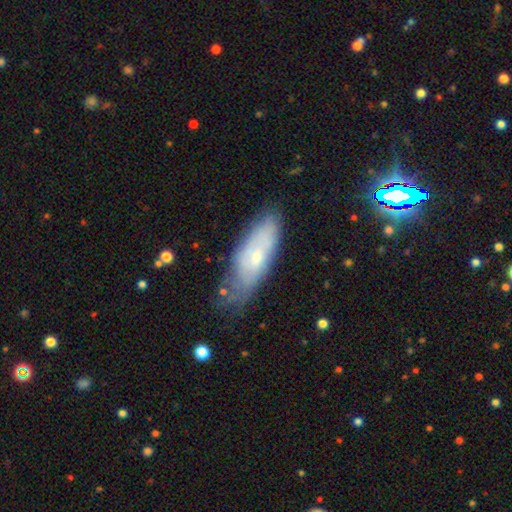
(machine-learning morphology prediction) type=smooth (50%); roundness=in between (67%); merging=none (58%).